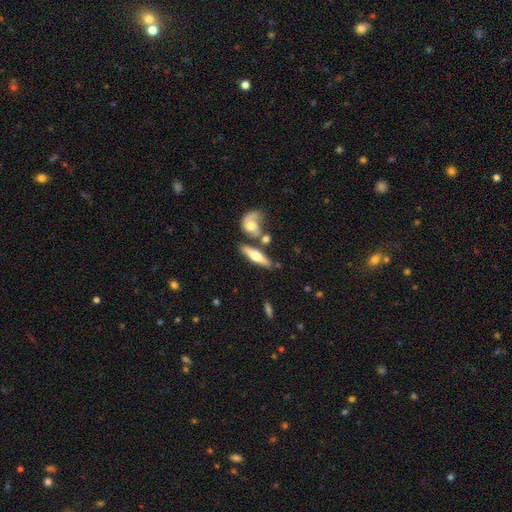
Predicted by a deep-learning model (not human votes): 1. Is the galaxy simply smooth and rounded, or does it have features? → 55% featured or disk, 39% smooth, 6% star or artifact.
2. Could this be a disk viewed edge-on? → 84% yes, 16% no.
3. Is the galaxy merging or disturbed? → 63% none, 21% merger, 12% minor disturbance, 4% major disturbance.